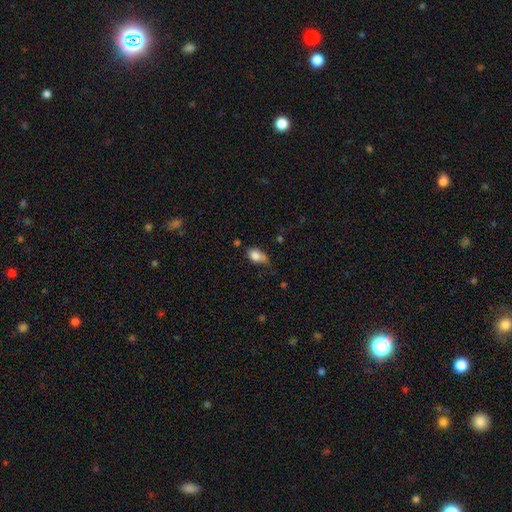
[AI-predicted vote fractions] Smooth or featured: smooth — 82% (featured or disk — 10%)
How rounded: in between — 88% (round — 8%)
Merging: minor disturbance — 42% (tied with none — 42%)